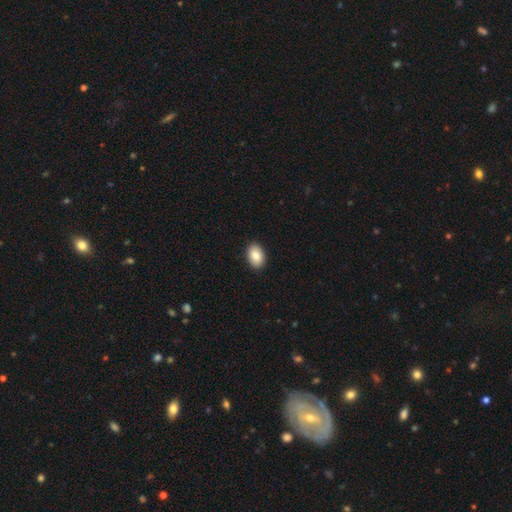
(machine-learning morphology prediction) This appears to be a smooth galaxy with no disk features (87%) that is in between round and cigar-shaped (87%). Merging: none (91%).